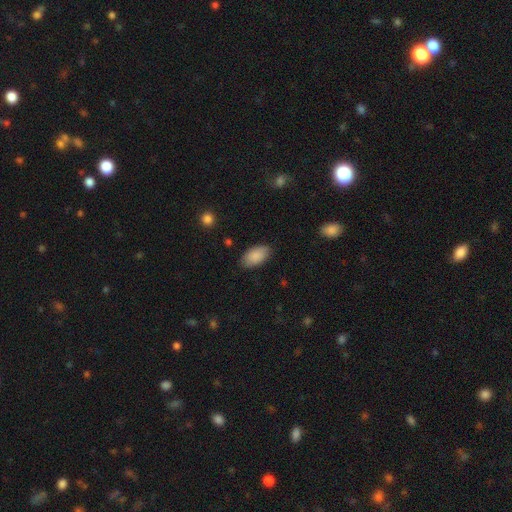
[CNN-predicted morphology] This is clearly a smooth galaxy (89%). How rounded: clearly in between (95%). Merging: clearly none (85%).